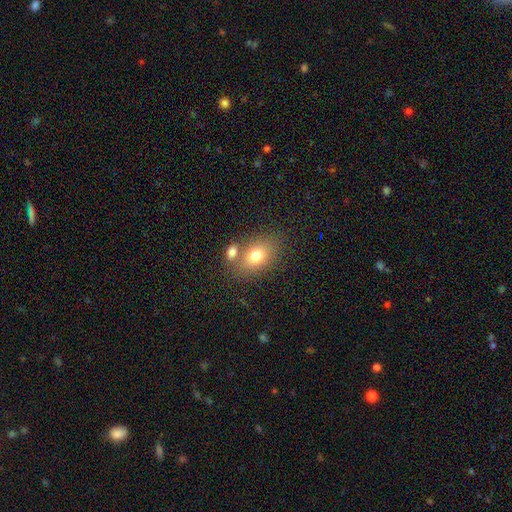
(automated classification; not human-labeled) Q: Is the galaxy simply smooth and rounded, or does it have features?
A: smooth — 76%.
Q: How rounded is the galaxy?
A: in between — 77%.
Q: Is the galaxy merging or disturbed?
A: none — 58%.